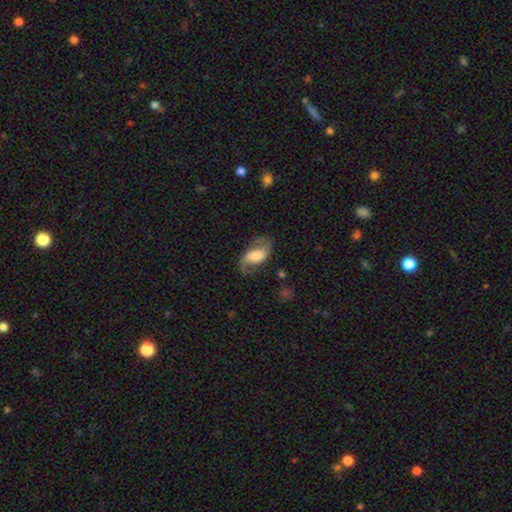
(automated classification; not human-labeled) smooth_or_featured: featured or disk (p=0.73) [alt: smooth p=0.20]
disk_edge_on: no (p=0.96) [alt: yes p=0.04]
bar: no (p=0.42) [alt: weak p=0.39]
has_spiral_arms: yes (p=0.93) [alt: no p=0.07]
spiral_winding: loose (p=0.54) [alt: medium p=0.36]
spiral_arm_count: 2 (p=0.90) [alt: 1 p=0.04]
bulge_size: large (p=0.35) [alt: moderate p=0.27]
merging: none (p=0.68) [alt: minor disturbance p=0.17]